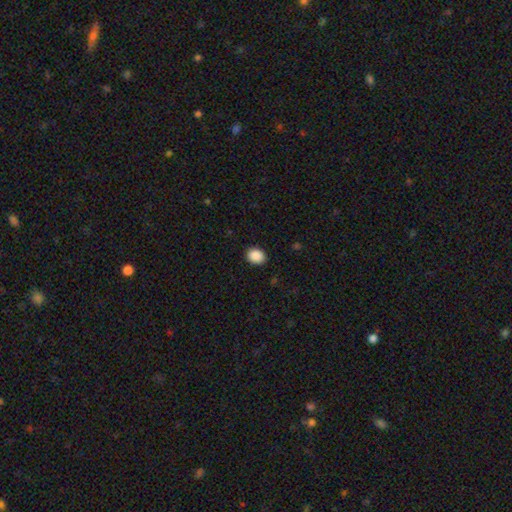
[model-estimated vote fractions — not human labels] A smooth galaxy with no disk features (89%) that is round (51%). Merging: none (90%).